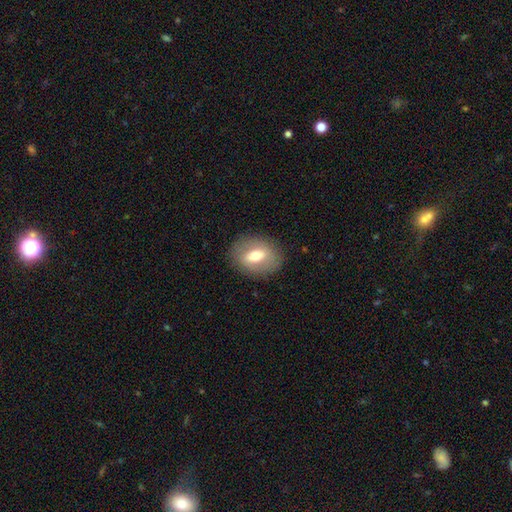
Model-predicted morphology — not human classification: smooth 55%, featured or disk 37%, star or artifact 8%. Down the decision tree: how rounded — in between (66%); merging — none (84%).